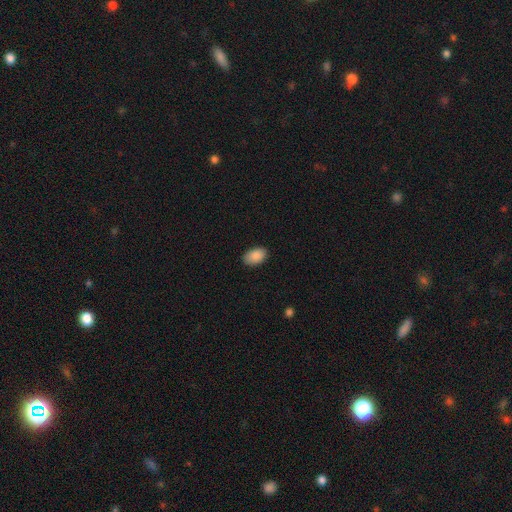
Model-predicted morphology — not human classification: Q: Smooth or featured?
A: smooth (89%); runner-up: star or artifact (7%)
Q: How rounded?
A: in between (91%); runner-up: round (8%)
Q: Merging?
A: none (86%); runner-up: minor disturbance (11%)